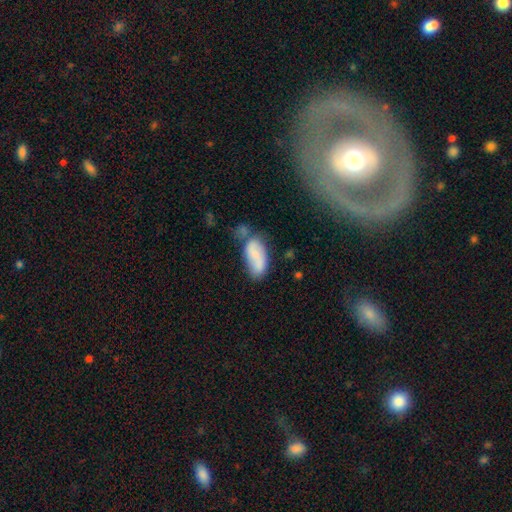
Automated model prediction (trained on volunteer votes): Smooth or featured? Predicted: smooth (p=0.68). How rounded? Predicted: in between (p=0.90). Merging? Predicted: none (p=0.43).